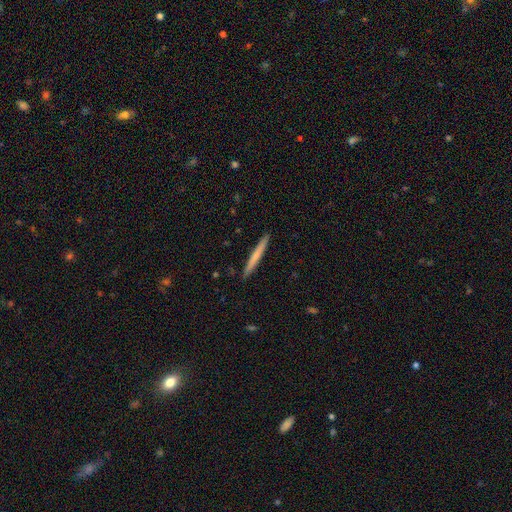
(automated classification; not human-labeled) Q: Smooth or featured?
A: smooth (62%); runner-up: featured or disk (33%)
Q: How rounded?
A: cigar-shaped (97%); runner-up: in between (2%)
Q: Merging?
A: none (92%); runner-up: minor disturbance (5%)